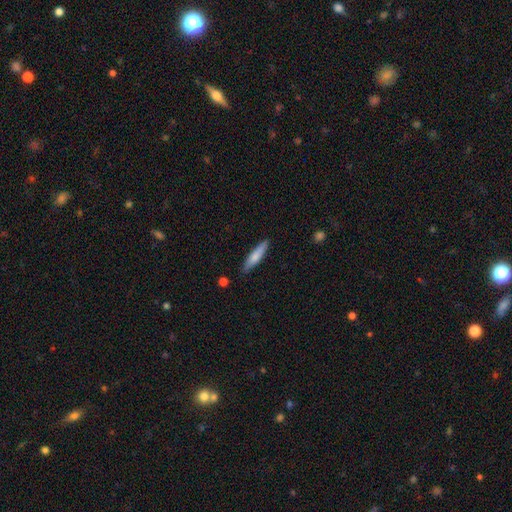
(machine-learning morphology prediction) Smooth or featured? Predicted: smooth (p=0.73). How rounded? Predicted: cigar-shaped (p=0.84). Merging? Predicted: none (p=0.86).